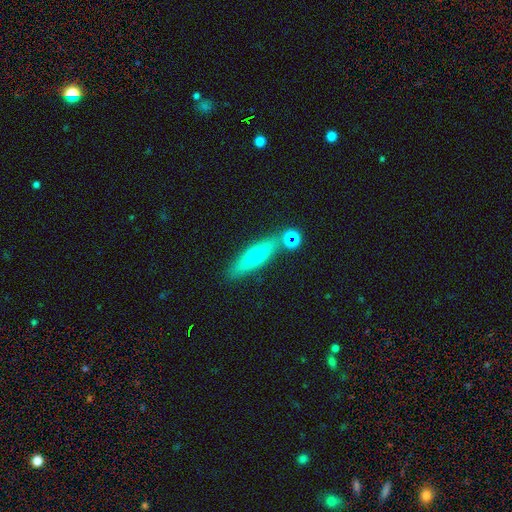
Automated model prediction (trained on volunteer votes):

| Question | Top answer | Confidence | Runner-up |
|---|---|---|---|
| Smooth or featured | smooth | 57% | featured or disk (34%) |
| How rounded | cigar-shaped | 67% | in between (30%) |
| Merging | none | 79% | minor disturbance (11%) |